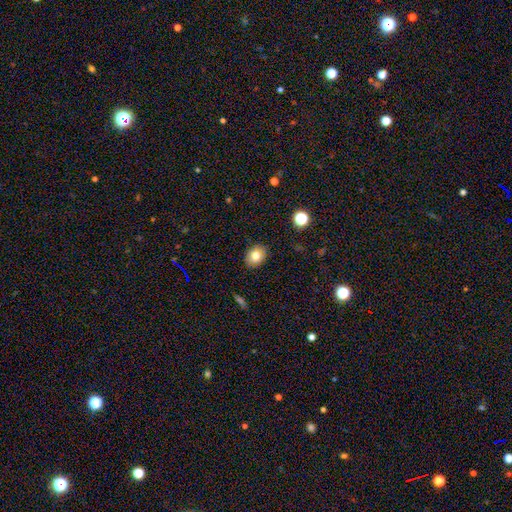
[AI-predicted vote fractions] This is likely a smooth galaxy (78%). How rounded: possibly in between (59%). Merging: clearly none (88%).